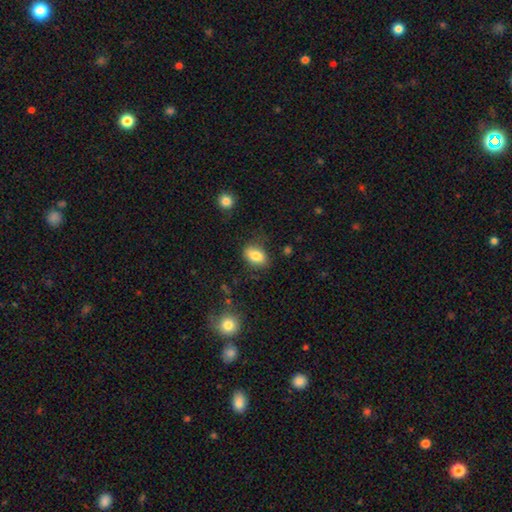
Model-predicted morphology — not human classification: Overall: smooth (81%). How rounded: in between (83%). Merging: none (74%).